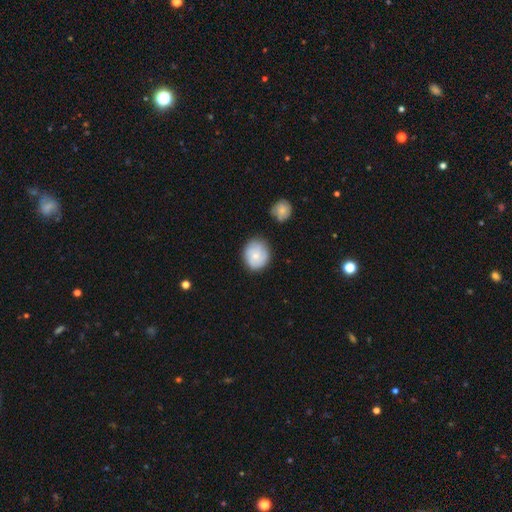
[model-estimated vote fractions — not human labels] Smooth or featured: smooth — 72% (featured or disk — 21%)
How rounded: round — 78% (in between — 21%)
Merging: none — 74% (minor disturbance — 19%)